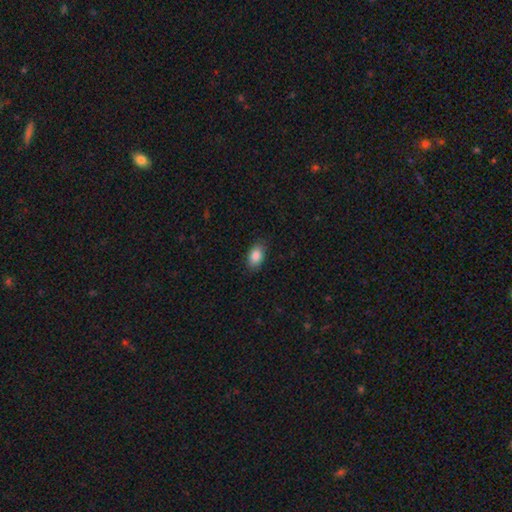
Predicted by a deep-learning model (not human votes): Smooth or featured? smooth (87%)
How rounded? in between (89%)
Merging? none (86%)